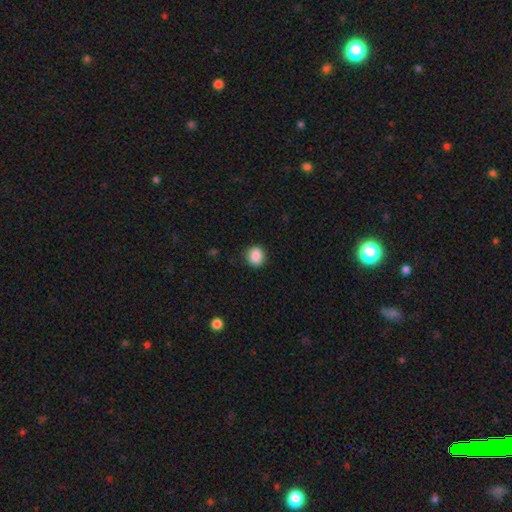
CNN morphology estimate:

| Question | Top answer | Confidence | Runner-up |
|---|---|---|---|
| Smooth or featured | smooth | 88% | star or artifact (9%) |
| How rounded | round | 80% | in between (19%) |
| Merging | none | 86% | minor disturbance (10%) |